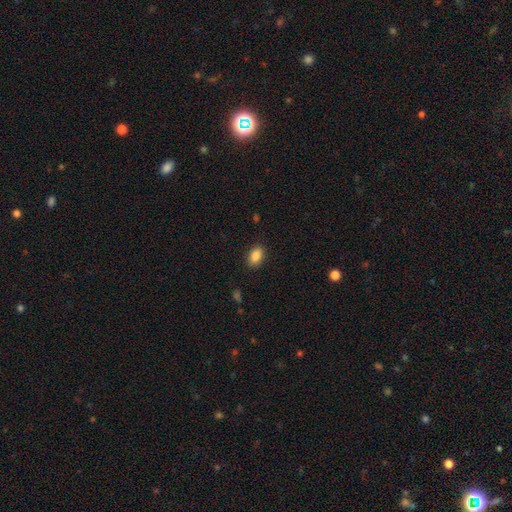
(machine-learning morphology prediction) type=smooth (87%); roundness=in between (87%); merging=none (89%).